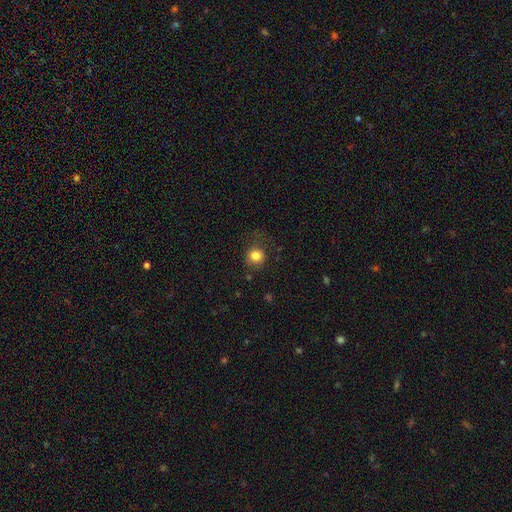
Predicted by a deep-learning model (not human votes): Smooth or featured? Predicted: smooth (p=0.82). How rounded? Predicted: round (p=0.85). Merging? Predicted: none (p=0.70).